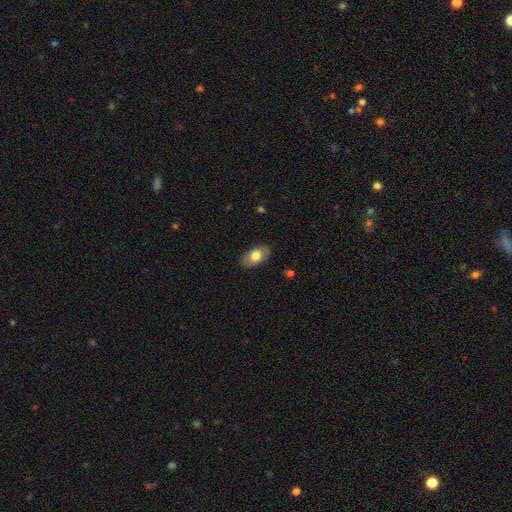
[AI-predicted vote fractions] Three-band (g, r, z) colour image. It shows a smooth galaxy with no disk features (71%) that is in between round and cigar-shaped (93%). Merging: none (84%).